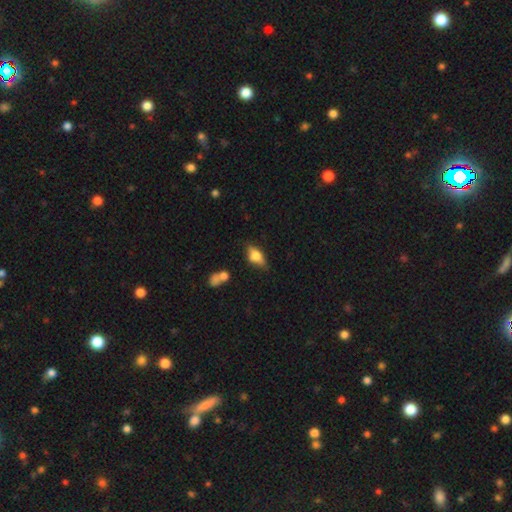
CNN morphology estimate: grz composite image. It shows a smooth galaxy with no disk features (57%) that is in between round and cigar-shaped (78%). Merging: none (70%).